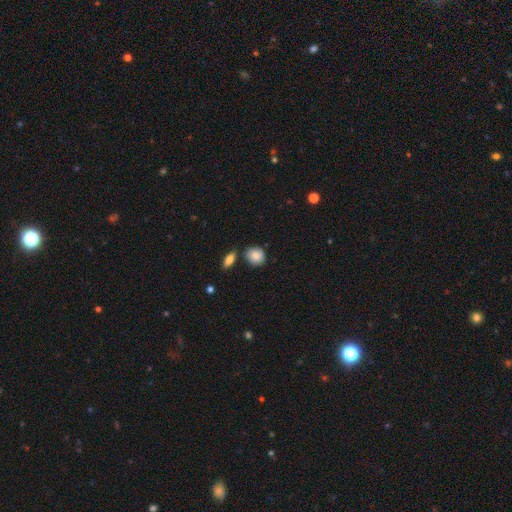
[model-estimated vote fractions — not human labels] Smooth or featured? smooth (85%)
How rounded? round (70%)
Merging? none (76%)